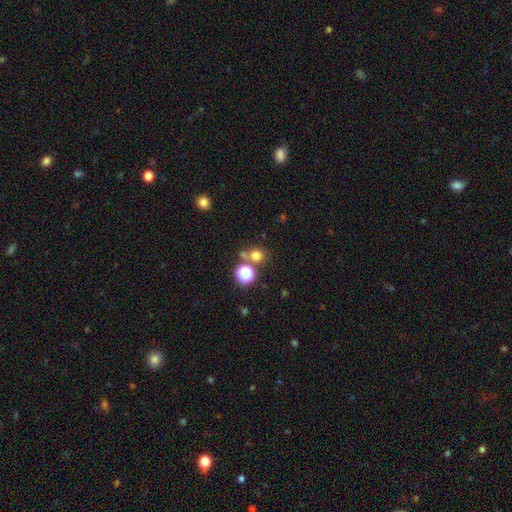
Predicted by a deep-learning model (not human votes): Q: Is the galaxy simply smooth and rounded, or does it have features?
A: smooth — 71%.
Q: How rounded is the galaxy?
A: round — 86%.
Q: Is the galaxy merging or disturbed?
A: none — 67%.